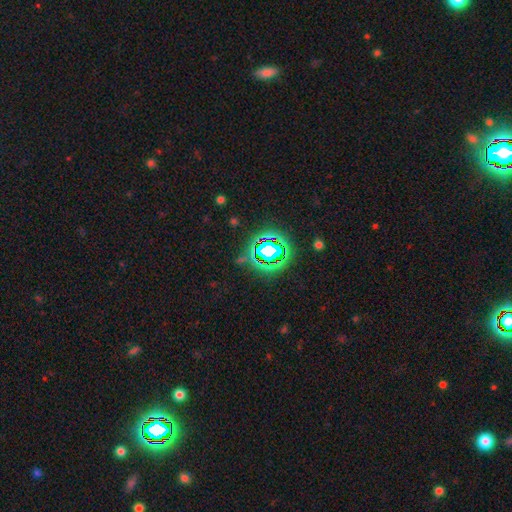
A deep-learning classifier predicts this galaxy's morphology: Q: Smooth or featured?
A: star or artifact (79%); runner-up: smooth (13%)